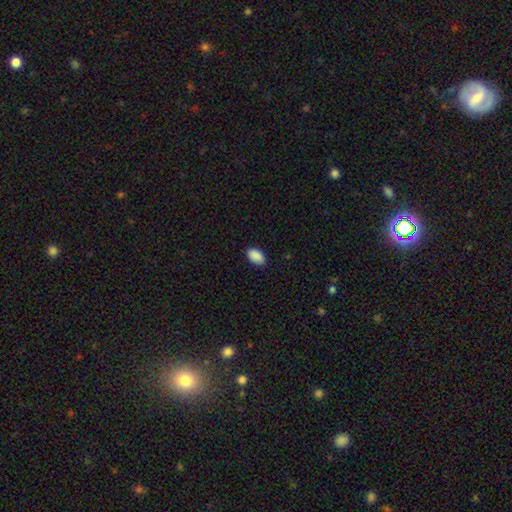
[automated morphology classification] Overall: smooth (90%). How rounded: in between (93%). Merging: none (87%).